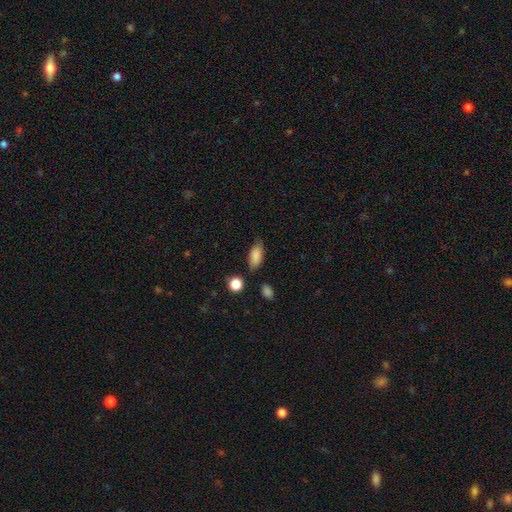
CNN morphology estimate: Smooth or featured: smooth — 84% (featured or disk — 9%)
How rounded: in between — 86% (cigar-shaped — 10%)
Merging: none — 71% (minor disturbance — 20%)